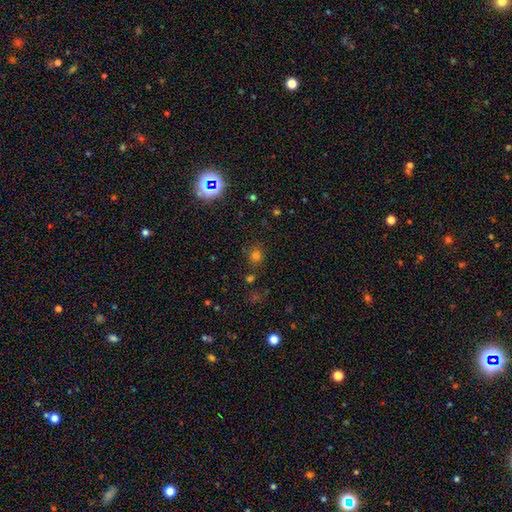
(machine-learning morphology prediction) type=smooth (63%); roundness=round (81%); merging=none (77%).